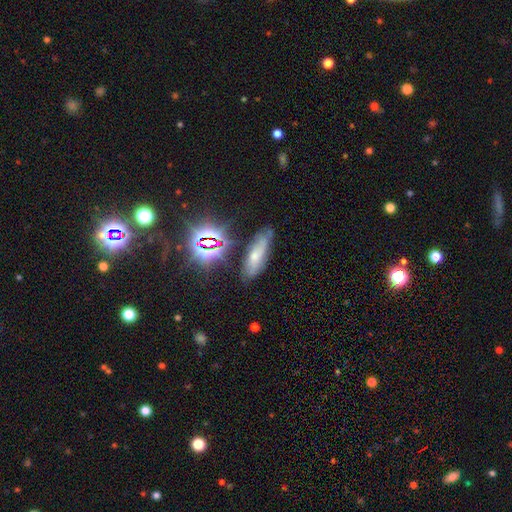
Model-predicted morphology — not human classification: A smooth galaxy with no disk features (45%). Merging: none (66%).